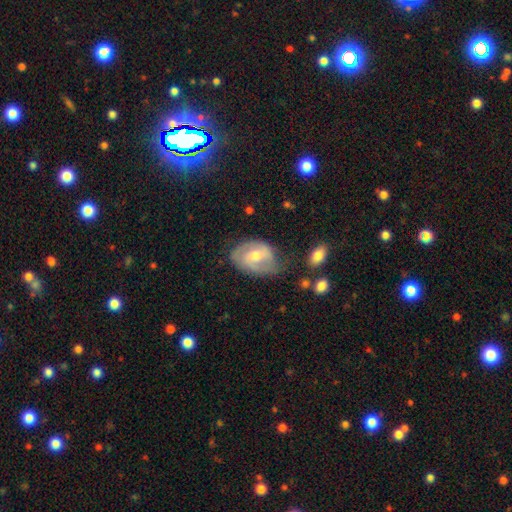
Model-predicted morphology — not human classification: This is likely a featured or disk galaxy (64%). It is clearly not viewed edge-on (96%). Bar: possibly weak (48%). Spiral arm pattern: likely yes (78%). Central bulge: possibly moderate (60%). Merging: possibly none (55%).